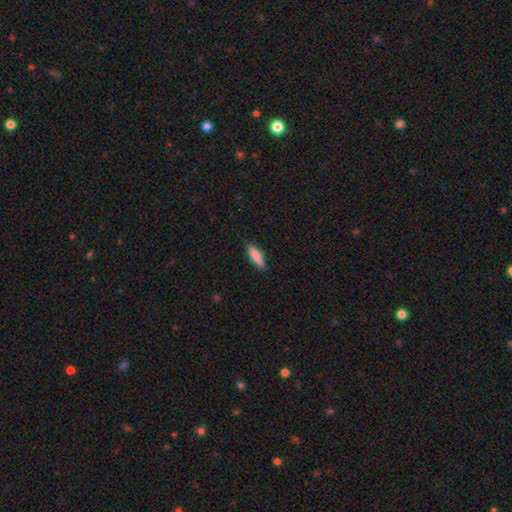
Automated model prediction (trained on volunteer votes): Q: Smooth or featured?
A: smooth (81%); runner-up: featured or disk (13%)
Q: How rounded?
A: cigar-shaped (62%); runner-up: in between (37%)
Q: Merging?
A: none (84%); runner-up: minor disturbance (13%)